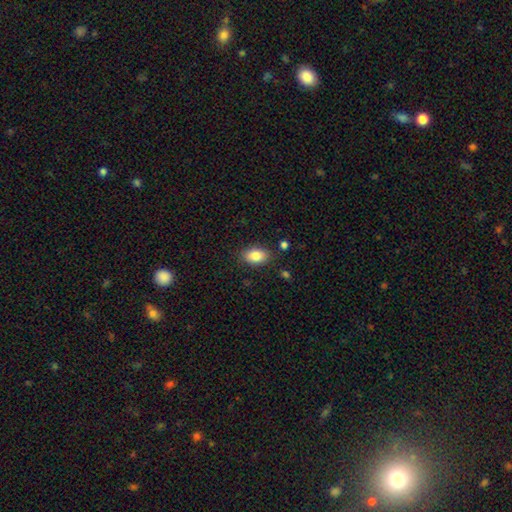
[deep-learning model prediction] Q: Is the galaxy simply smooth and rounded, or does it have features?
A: smooth — 84%.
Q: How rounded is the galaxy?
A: in between — 88%.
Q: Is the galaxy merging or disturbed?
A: none — 85%.